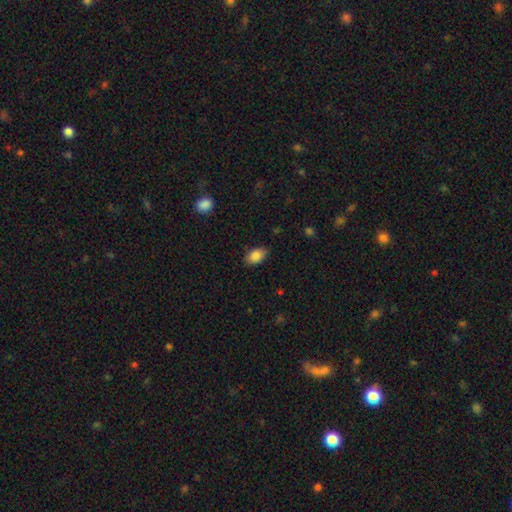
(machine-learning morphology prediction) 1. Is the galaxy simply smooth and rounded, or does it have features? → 87% smooth, 8% star or artifact, 6% featured or disk.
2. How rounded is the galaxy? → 89% in between, 9% round, 2% cigar-shaped.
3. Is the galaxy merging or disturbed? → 81% none, 15% minor disturbance, 3% major disturbance, 1% merger.